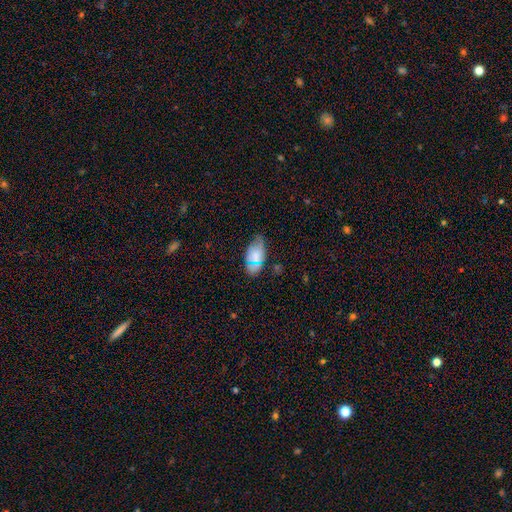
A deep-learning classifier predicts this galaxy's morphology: A smooth galaxy with no disk features (74%) that is in between round and cigar-shaped (93%). Merging: none (67%).